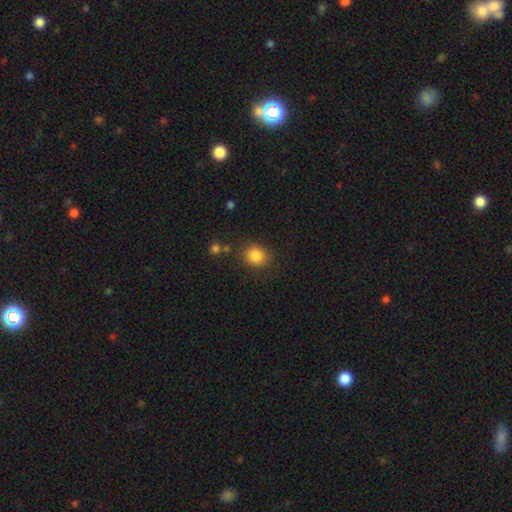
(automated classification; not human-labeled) Overall: smooth (85%). How rounded: round (78%). Merging: none (81%).